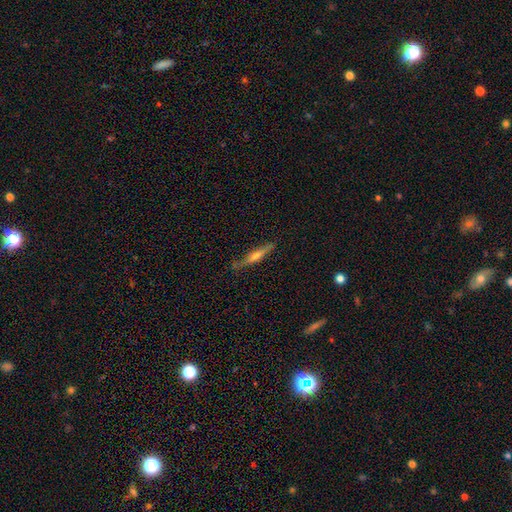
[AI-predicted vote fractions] Overall: featured or disk (62%; smooth 31%). Edge-on disk: yes (95%). Edge-on bulge: rounded (82%). Merging: none (81%).